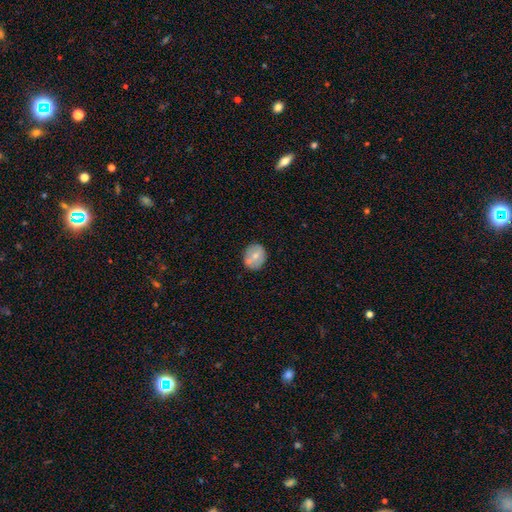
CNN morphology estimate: A smooth galaxy with no disk features (61%) that is round (69%). Merging: none (70%).